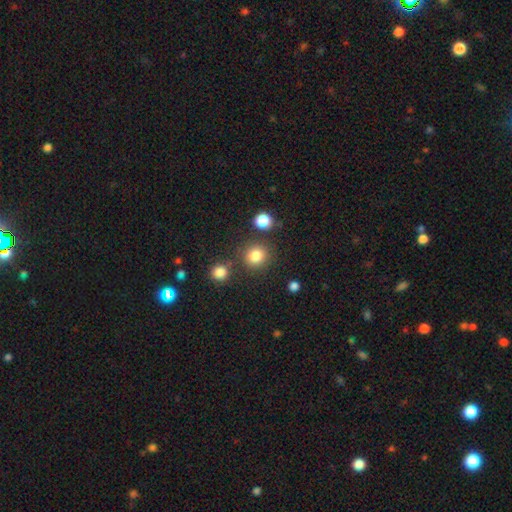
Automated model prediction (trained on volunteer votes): Morphology: type=smooth (83%); roundness=round (88%); merging=none (80%).